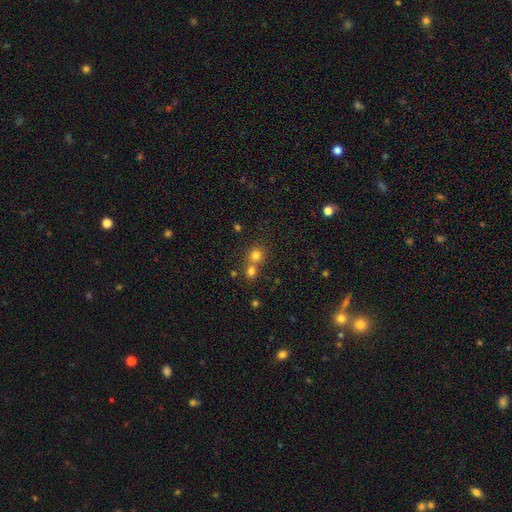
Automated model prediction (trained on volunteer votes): Morphology: type=smooth (76%); roundness=round (87%); merging=none (48%).